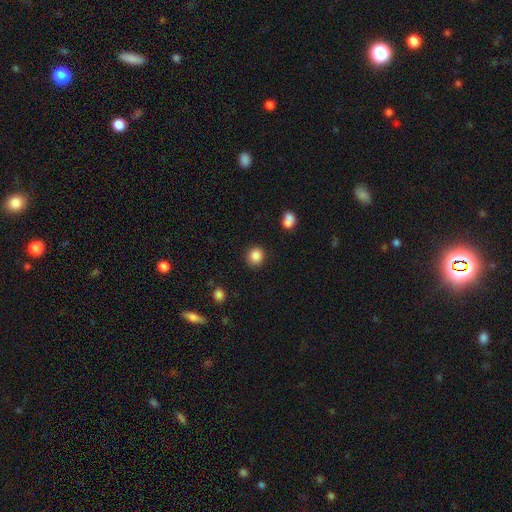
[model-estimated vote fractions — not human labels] The model was most divided on "how rounded": round: 85%, in between: 14%, cigar-shaped: 1%. More confident: merging — none (88%); smooth or featured — smooth (86%).